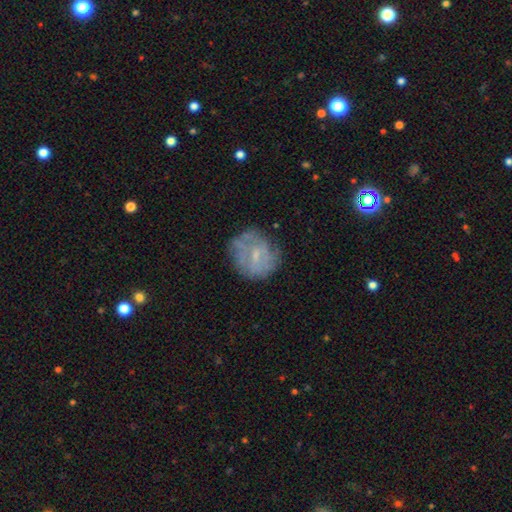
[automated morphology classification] Smooth or featured? Predicted: featured or disk (p=0.55). Edge-on disk? Predicted: no (p=0.97). Bar? Predicted: no (p=0.51). Spiral arms? Predicted: no (p=0.53). Bulge size? Predicted: small (p=0.56). Merging? Predicted: none (p=0.66).